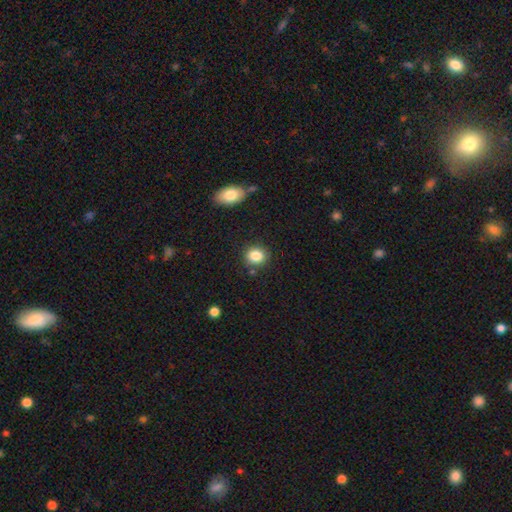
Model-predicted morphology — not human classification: smooth-or-featured: smooth: 85% | star or artifact: 10% | featured or disk: 5%
  how-rounded: round: 75% | in between: 24% | cigar-shaped: 1%
  merging: none: 83% | minor disturbance: 10% | merger: 4% | major disturbance: 3%